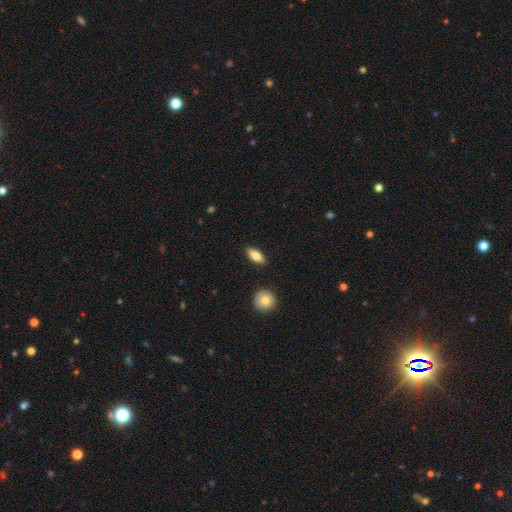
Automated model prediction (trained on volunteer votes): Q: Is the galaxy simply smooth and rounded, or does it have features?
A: smooth — 79%.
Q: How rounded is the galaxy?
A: in between — 81%.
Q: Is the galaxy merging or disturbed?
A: none — 88%.